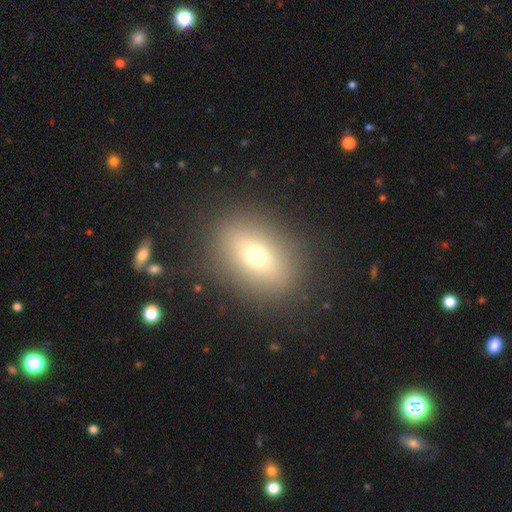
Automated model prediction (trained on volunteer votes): Smooth or featured? Predicted: smooth (p=0.65). How rounded? Predicted: in between (p=0.66). Merging? Predicted: none (p=0.85).